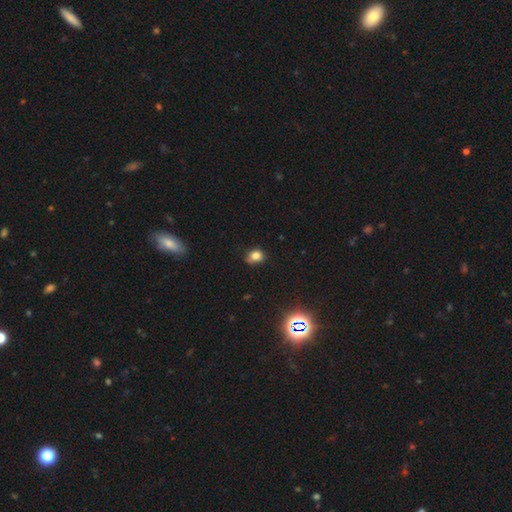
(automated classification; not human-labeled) smooth_or_featured: smooth (p=0.78) [alt: star or artifact p=0.14]
how_rounded: round (p=0.59) [alt: in between p=0.40]
merging: none (p=0.61) [alt: minor disturbance p=0.29]